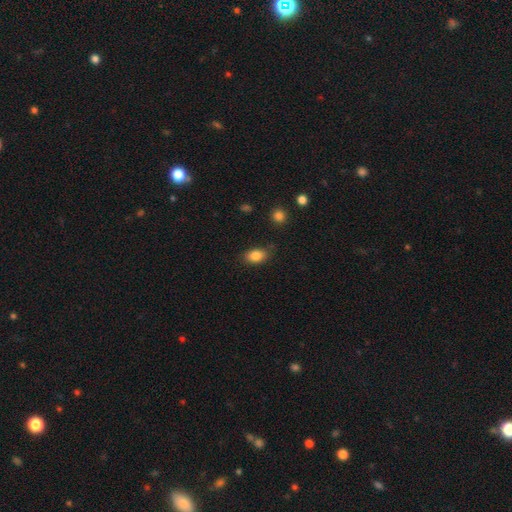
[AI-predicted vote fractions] Morphology: type=smooth (85%); roundness=in between (84%); merging=none (80%).